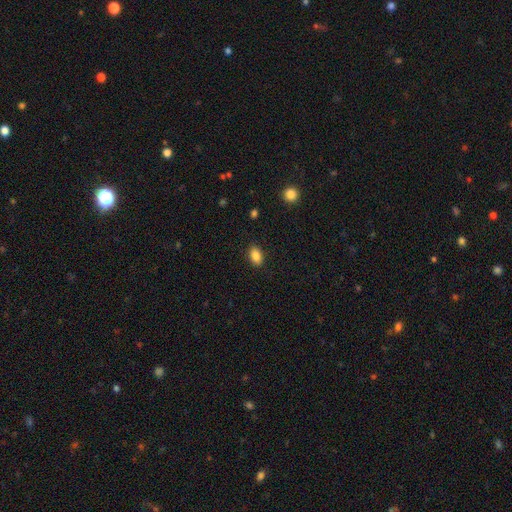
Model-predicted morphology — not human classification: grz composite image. It shows a smooth galaxy with no disk features (87%) that is in between round and cigar-shaped (88%). Merging: none (88%).